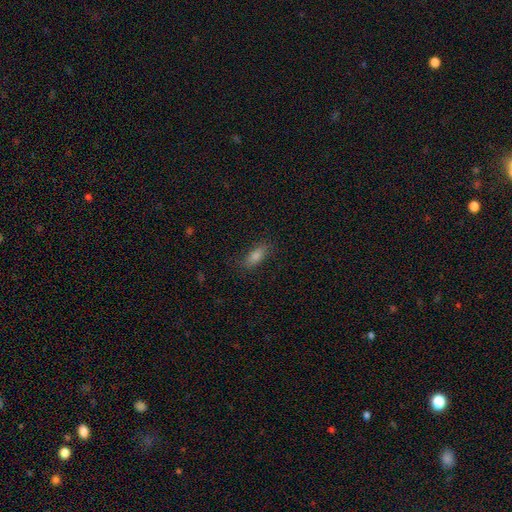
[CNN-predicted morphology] This appears to be a smooth galaxy with no disk features (76%) that is in between round and cigar-shaped (71%). Merging: none (81%).